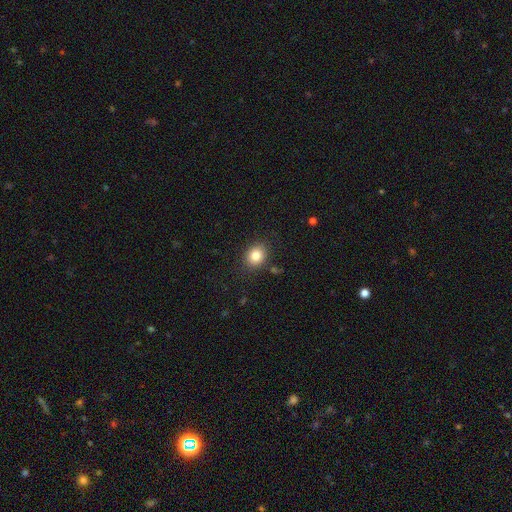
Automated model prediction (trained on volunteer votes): Overall: smooth (83%). How rounded: round (58%; in between 41%). Merging: none (85%).